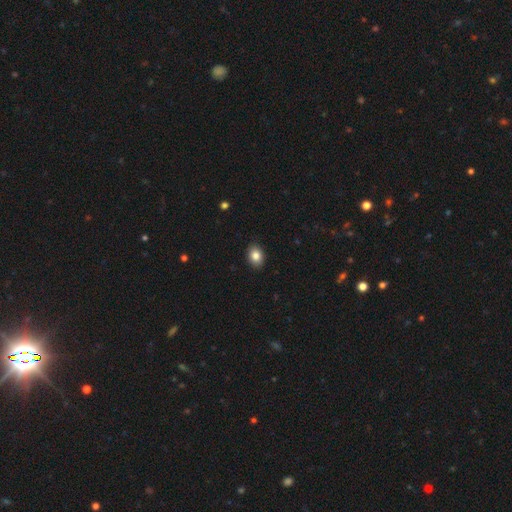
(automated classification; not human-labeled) smooth_or_featured: smooth (p=0.85) [alt: star or artifact p=0.09]
how_rounded: in between (p=0.68) [alt: round p=0.31]
merging: none (p=0.90) [alt: minor disturbance p=0.08]